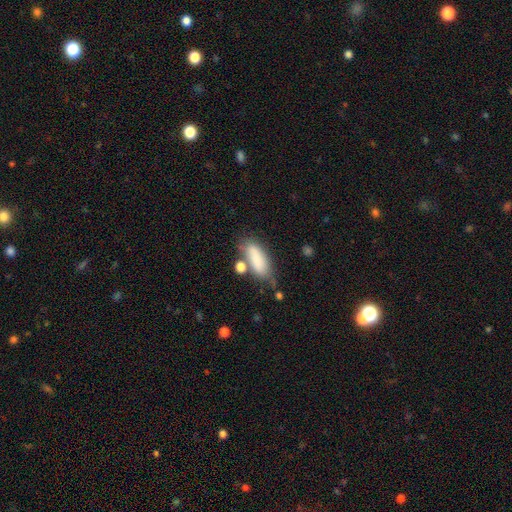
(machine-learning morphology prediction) This appears to be a smooth galaxy with no disk features (80%) that is in between round and cigar-shaped (75%). Merging: none (47%).